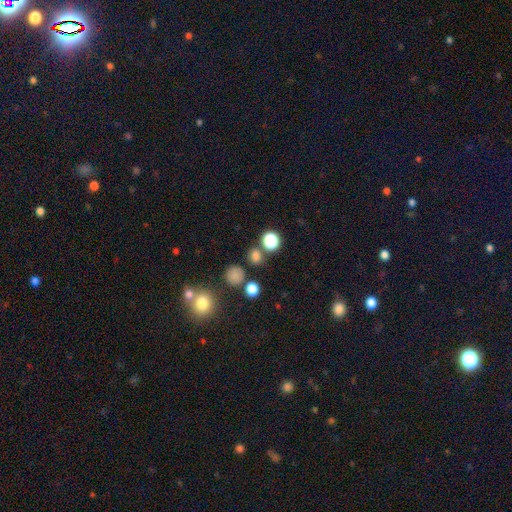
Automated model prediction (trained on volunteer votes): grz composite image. It shows a smooth galaxy with no disk features (70%) that is round (79%). Merging: none (77%).